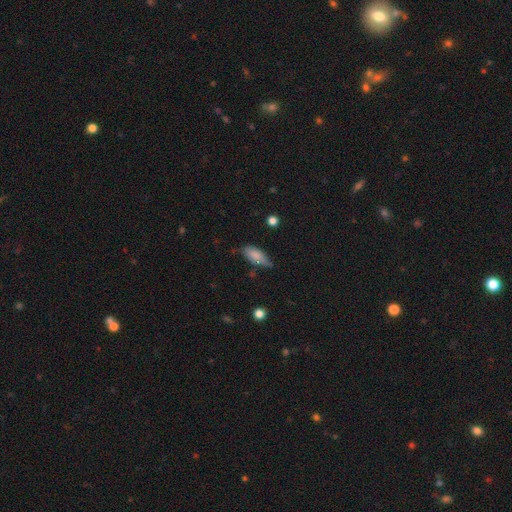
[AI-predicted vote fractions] A smooth galaxy with no disk features (80%) that is in between round and cigar-shaped (82%).

Vote fractions:
- Smooth or featured? smooth: 80% / featured or disk: 13% / star or artifact: 7%
- How rounded? in between: 82% / cigar-shaped: 16% / round: 3%
- Merging? none: 52% / minor disturbance: 37% / major disturbance: 8% / merger: 3%